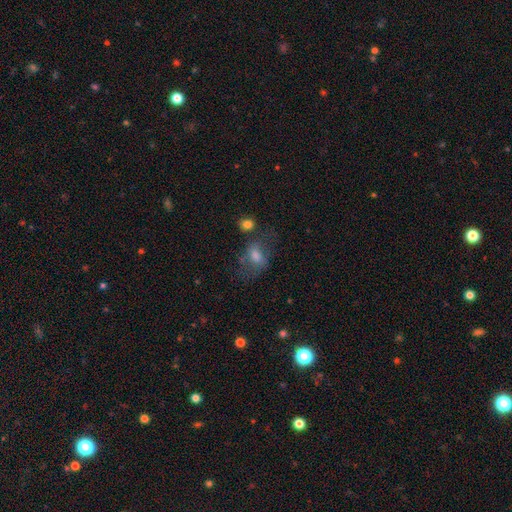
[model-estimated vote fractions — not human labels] Smooth or featured: smooth — 63% (featured or disk — 27%)
How rounded: in between — 74% (round — 24%)
Merging: none — 37% (major disturbance — 29%)